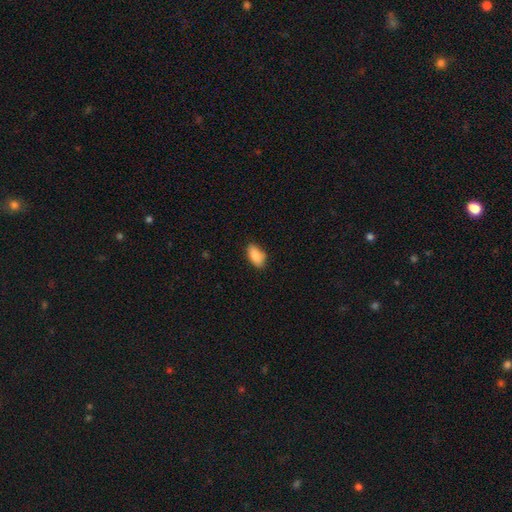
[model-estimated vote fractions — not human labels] This is clearly a smooth galaxy (87%). How rounded: clearly in between (91%). Merging: likely none (79%).